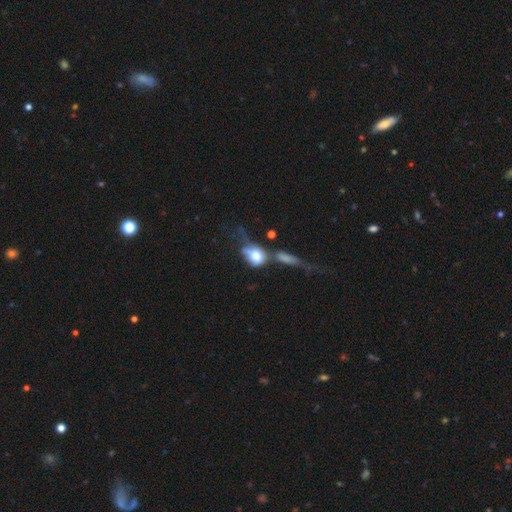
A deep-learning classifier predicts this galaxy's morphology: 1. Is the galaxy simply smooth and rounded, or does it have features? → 63% smooth, 28% featured or disk, 9% star or artifact.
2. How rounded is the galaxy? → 49% in between, 46% round, 5% cigar-shaped.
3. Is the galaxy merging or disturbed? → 41% merger, 27% major disturbance, 18% none, 14% minor disturbance.